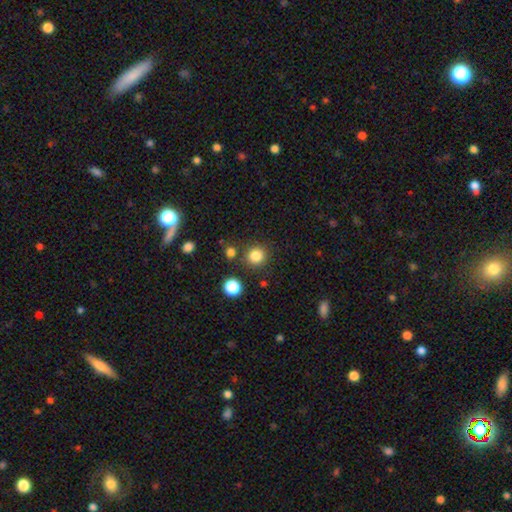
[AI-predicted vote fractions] Smooth or featured? smooth (83%)
How rounded? round (92%)
Merging? none (84%)